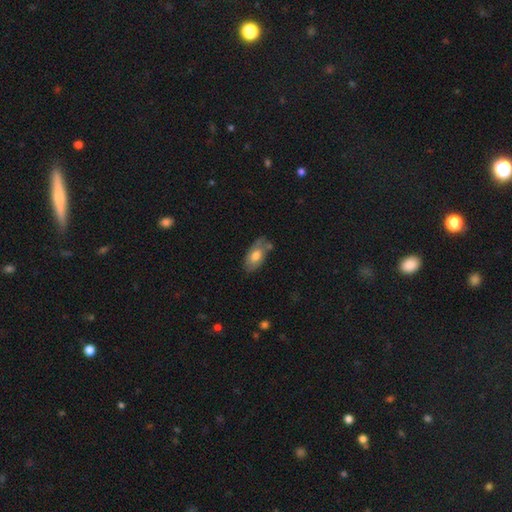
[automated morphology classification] smooth 64%, featured or disk 29%, star or artifact 7%. Down the decision tree: how rounded — in between (92%); merging — none (63%).